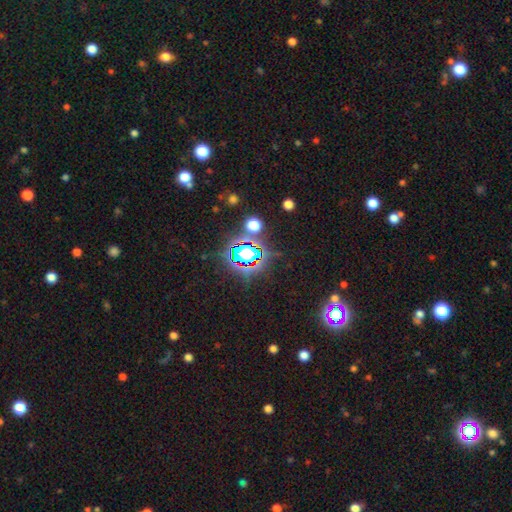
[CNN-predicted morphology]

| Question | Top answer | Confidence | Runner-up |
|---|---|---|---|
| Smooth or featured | star or artifact | 82% | smooth (11%) |